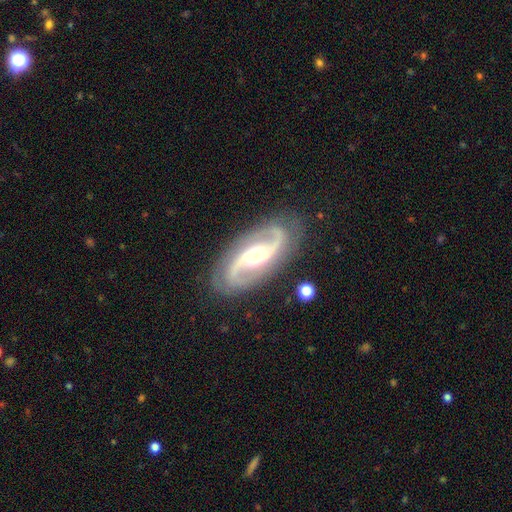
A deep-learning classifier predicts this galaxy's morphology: Smooth or featured?
  - featured or disk: 91% *
  - smooth: 4%
  - star or artifact: 4%
Edge-on disk?
  - no: 97% *
  - yes: 3%
Bar?
  - weak: 40% *
  - strong: 36%
  - no: 23%
Spiral arms?
  - yes: 98% *
  - no: 2%
Spiral winding?
  - medium: 53% *
  - loose: 33%
  - tight: 14%
Spiral arm count?
  - 2: 94% *
  - can't tell: 2%
  - 3: 1%
  - 1: 1%
  - 4: 1%
  - more than 4: 1%
Bulge size?
  - moderate: 63% *
  - large: 17%
  - small: 17%
  - dominant: 2%
  - none: 2%
Merging?
  - none: 83% *
  - minor disturbance: 11%
  - major disturbance: 4%
  - merger: 1%